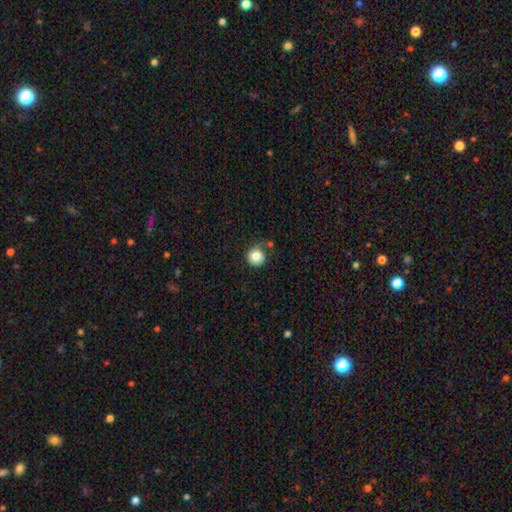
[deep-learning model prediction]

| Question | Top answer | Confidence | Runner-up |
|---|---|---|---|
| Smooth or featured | smooth | 82% | star or artifact (9%) |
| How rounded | round | 92% | in between (7%) |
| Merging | none | 64% | minor disturbance (22%) |